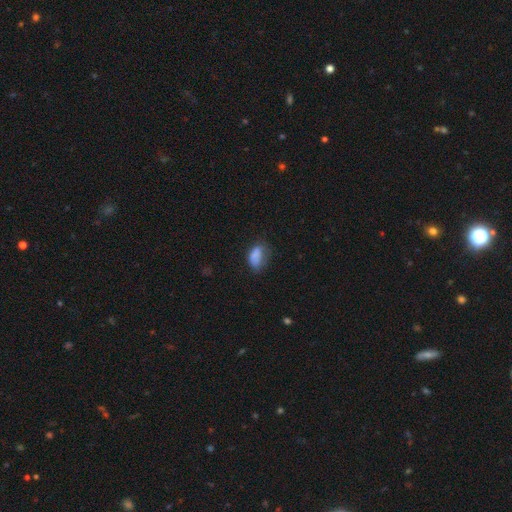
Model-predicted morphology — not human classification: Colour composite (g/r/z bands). It shows a smooth galaxy with no disk features (78%) that is in between round and cigar-shaped (88%). Merging: none (45%).